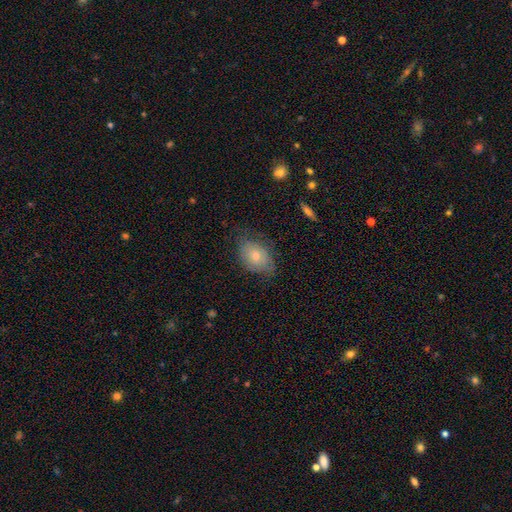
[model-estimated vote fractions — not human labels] A smooth galaxy with no disk features (67%) that is in between round and cigar-shaped (76%). Merging: none (62%).